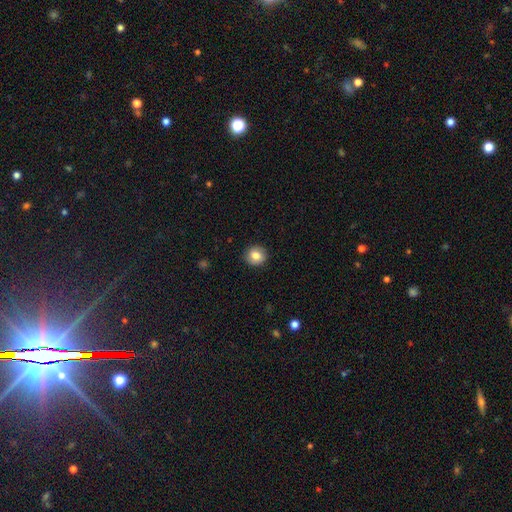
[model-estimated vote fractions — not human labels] Q: Smooth or featured?
A: smooth (82%); runner-up: featured or disk (9%)
Q: How rounded?
A: round (87%); runner-up: in between (12%)
Q: Merging?
A: none (90%); runner-up: minor disturbance (7%)